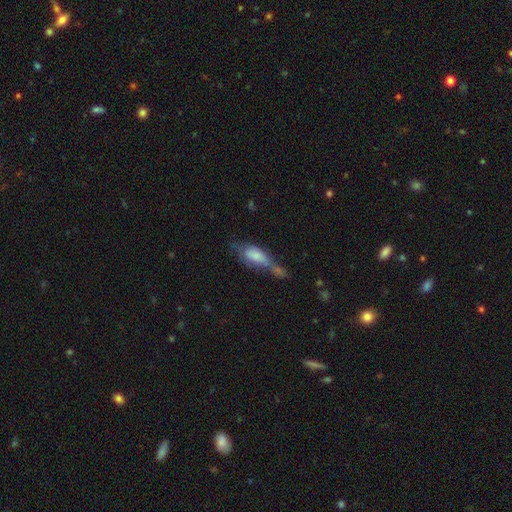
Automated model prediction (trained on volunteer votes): smooth_or_featured: smooth (p=0.68) [alt: featured or disk p=0.24]
how_rounded: in between (p=0.79) [alt: cigar-shaped p=0.17]
merging: merger (p=0.43) [alt: major disturbance p=0.22]